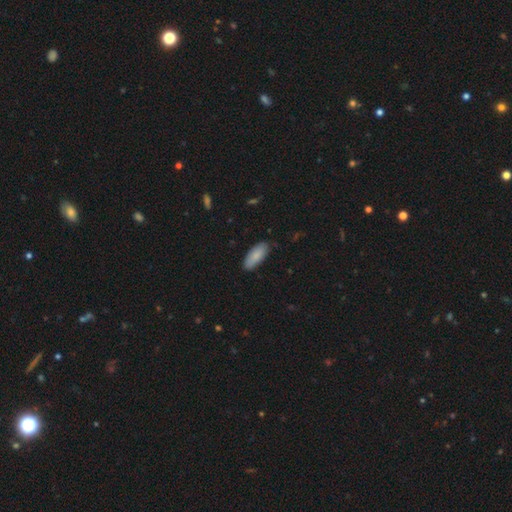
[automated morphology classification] Smooth or featured? Predicted: smooth (p=0.87). How rounded? Predicted: in between (p=0.79). Merging? Predicted: none (p=0.84).